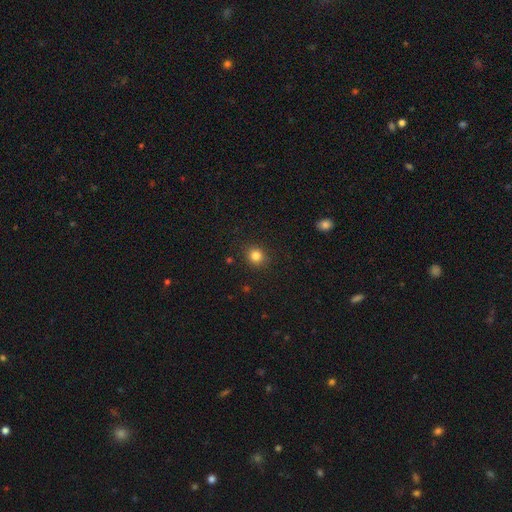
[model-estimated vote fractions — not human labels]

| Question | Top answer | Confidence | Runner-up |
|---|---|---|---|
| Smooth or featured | smooth | 83% | star or artifact (12%) |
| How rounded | round | 87% | in between (12%) |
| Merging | none | 90% | minor disturbance (7%) |